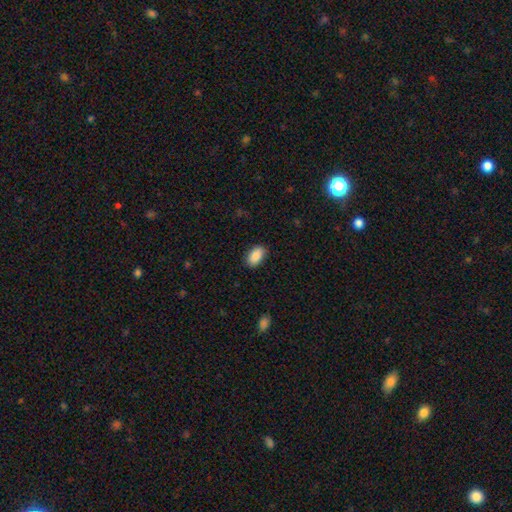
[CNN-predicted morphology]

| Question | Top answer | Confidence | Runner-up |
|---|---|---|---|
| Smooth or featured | smooth | 89% | star or artifact (7%) |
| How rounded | in between | 93% | round (6%) |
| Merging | none | 87% | minor disturbance (10%) |